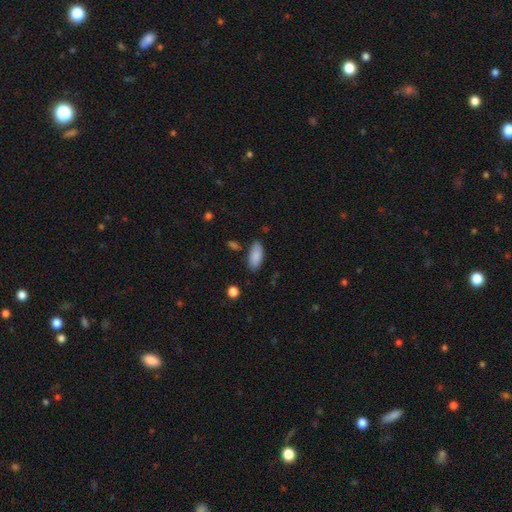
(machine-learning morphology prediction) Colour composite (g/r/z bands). It shows a smooth galaxy with no disk features (88%) that is in between round and cigar-shaped (88%). Merging: none (83%).